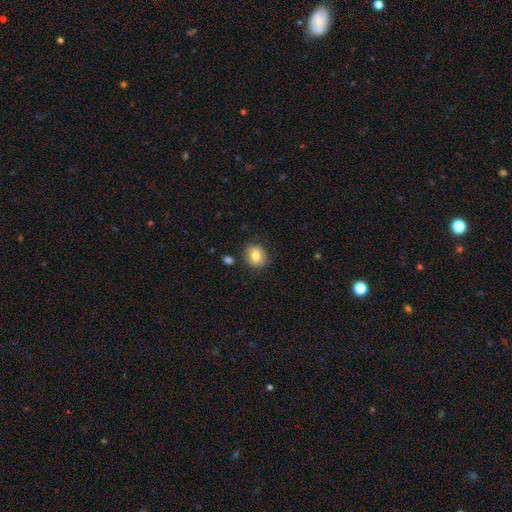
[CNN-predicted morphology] Smooth or featured? smooth (80%)
How rounded? round (77%)
Merging? none (84%)